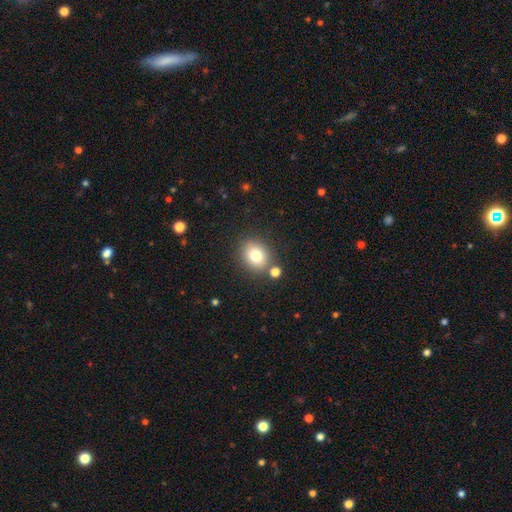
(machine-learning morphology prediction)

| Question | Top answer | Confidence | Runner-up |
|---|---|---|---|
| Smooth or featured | smooth | 79% | star or artifact (11%) |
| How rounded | round | 59% | in between (40%) |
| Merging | none | 78% | minor disturbance (10%) |